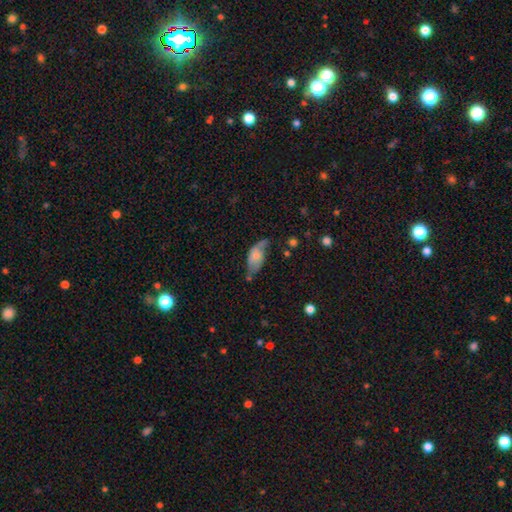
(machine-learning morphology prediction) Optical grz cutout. It shows a smooth galaxy with no disk features (50%) that is in between round and cigar-shaped (88%). Merging: none (38%).